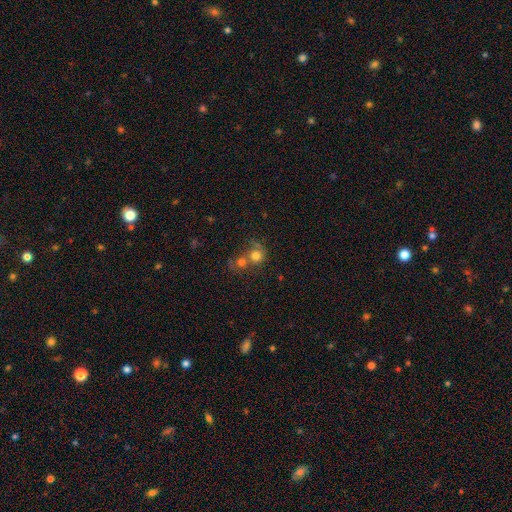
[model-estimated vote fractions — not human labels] A smooth galaxy with no disk features (74%) that is round (84%).

Vote fractions:
- Smooth or featured? smooth: 74% / featured or disk: 13% / star or artifact: 13%
- How rounded? round: 84% / in between: 15% / cigar-shaped: 1%
- Merging? merger: 53% / none: 35% / minor disturbance: 7% / major disturbance: 5%